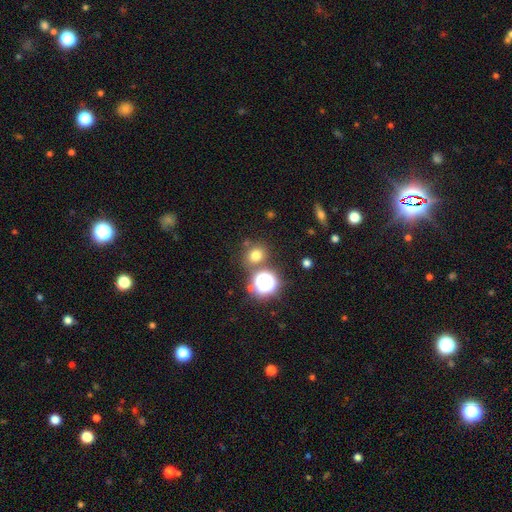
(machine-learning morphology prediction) This is likely a smooth galaxy (70%). How rounded: clearly round (80%). Merging: likely none (76%).